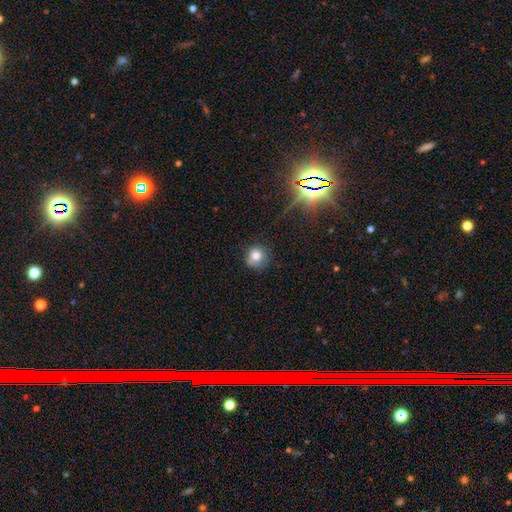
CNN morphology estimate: smooth 78%, star or artifact 12%, featured or disk 9%. Down the decision tree: how rounded — round (91%); merging — none (77%).